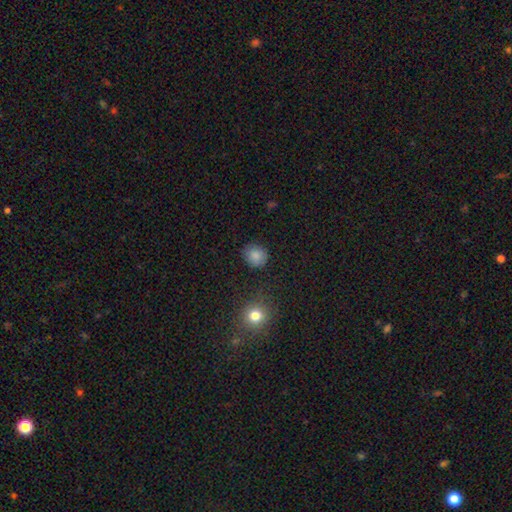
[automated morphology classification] Smooth or featured: smooth — 86% (star or artifact — 10%)
How rounded: round — 84% (in between — 15%)
Merging: none — 86% (minor disturbance — 9%)